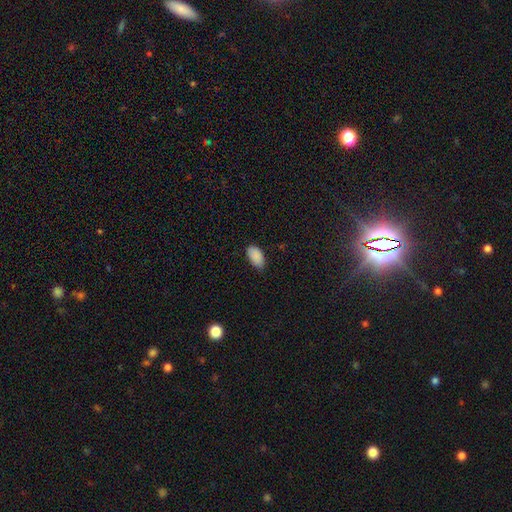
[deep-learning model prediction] Overall: smooth (89%). How rounded: in between (95%). Merging: none (75%).